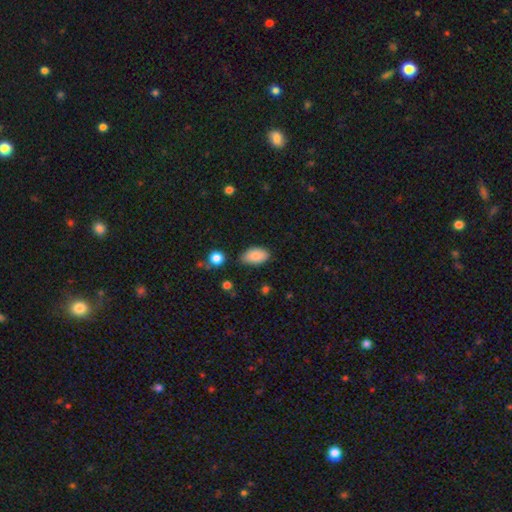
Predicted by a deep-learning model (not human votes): Smooth or featured? smooth (86%)
How rounded? in between (93%)
Merging? none (75%)